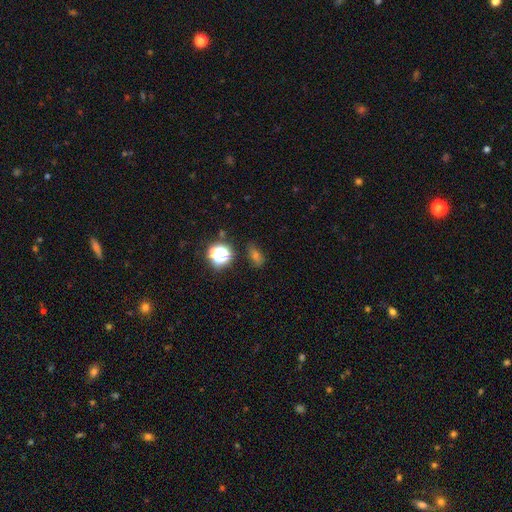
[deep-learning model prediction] Overall: star or artifact (44%; smooth 42%).